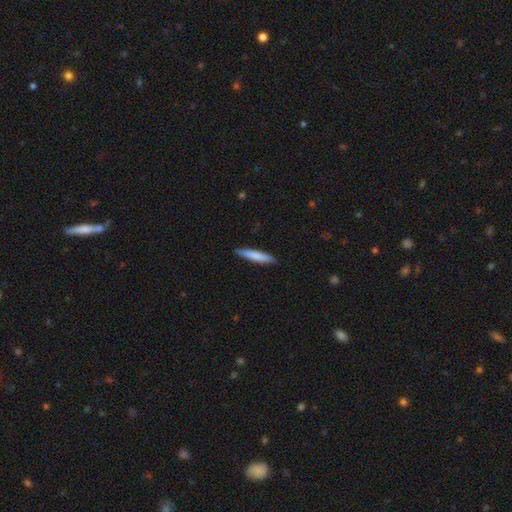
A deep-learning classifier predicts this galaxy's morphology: A smooth galaxy with no disk features (78%) that is cigar-shaped (89%).

Vote fractions:
- Smooth or featured? smooth: 78% / featured or disk: 17% / star or artifact: 5%
- How rounded? cigar-shaped: 89% / in between: 10% / round: 1%
- Merging? none: 87% / minor disturbance: 10% / major disturbance: 2% / merger: 1%